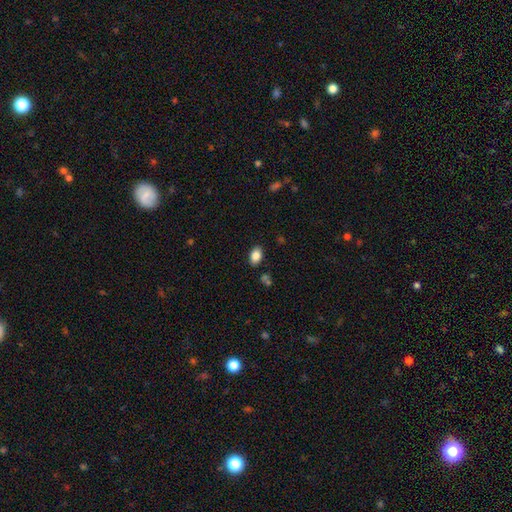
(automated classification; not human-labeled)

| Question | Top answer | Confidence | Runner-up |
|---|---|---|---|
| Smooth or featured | smooth | 85% | star or artifact (9%) |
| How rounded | in between | 87% | round (12%) |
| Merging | none | 84% | minor disturbance (11%) |